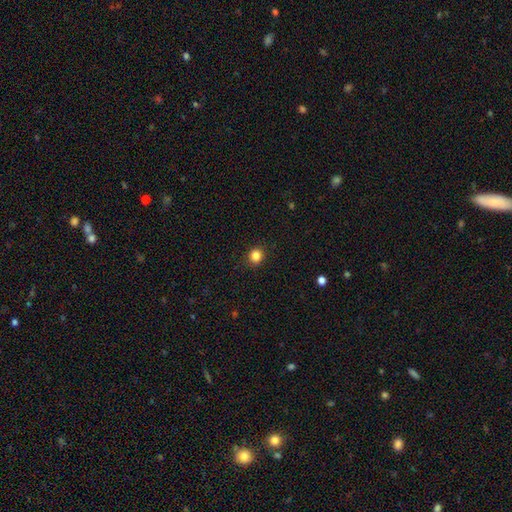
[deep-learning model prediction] A smooth galaxy with no disk features (84%) that is round (83%). Merging: none (91%).